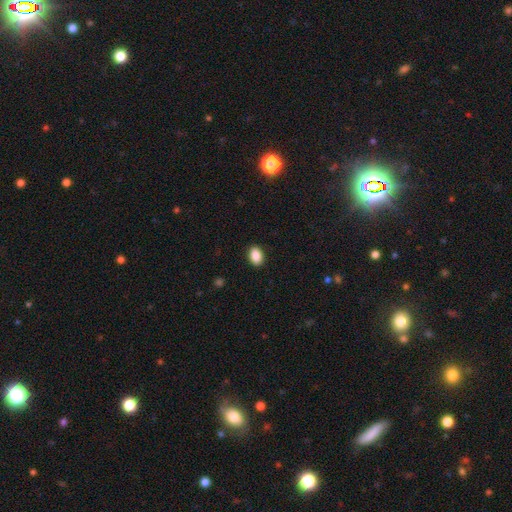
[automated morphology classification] smooth-or-featured: smooth: 89% | star or artifact: 8% | featured or disk: 3%
  how-rounded: in between: 84% | round: 14% | cigar-shaped: 1%
  merging: none: 90% | minor disturbance: 7% | major disturbance: 2% | merger: 1%